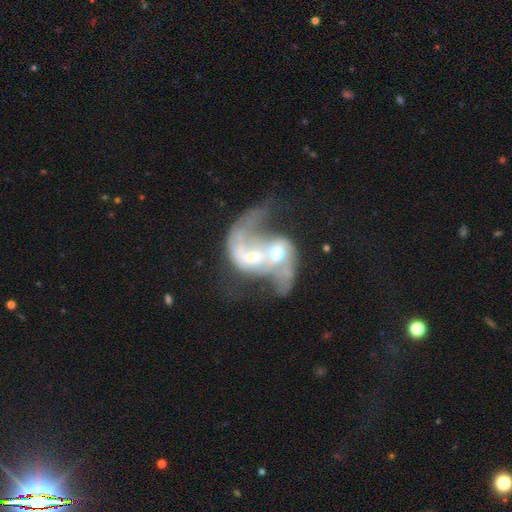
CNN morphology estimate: Smooth or featured: featured or disk — 83% (smooth — 10%)
Edge-on disk: no — 97% (yes — 3%)
Bar: no — 51% (weak — 35%)
Spiral arms: yes — 86% (no — 14%)
Spiral winding: loose — 66% (medium — 28%)
Spiral arm count: 2 — 77% (1 — 10%)
Bulge size: moderate — 57% (small — 27%)
Merging: merger — 67% (major disturbance — 14%)